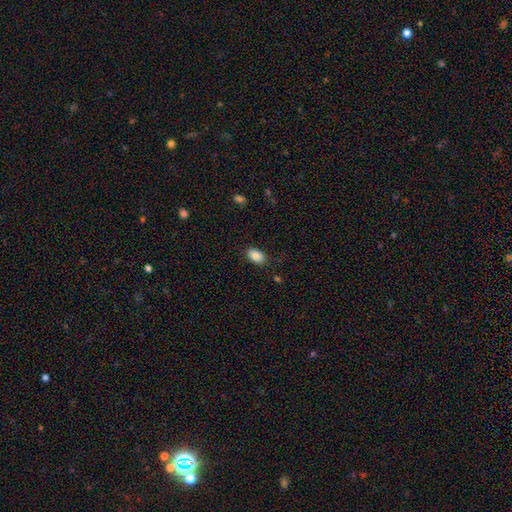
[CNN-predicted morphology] Smooth or featured? Predicted: smooth (p=0.86). How rounded? Predicted: in between (p=0.89). Merging? Predicted: none (p=0.85).